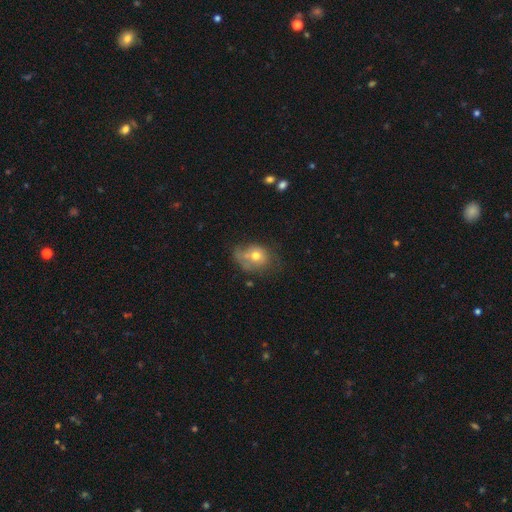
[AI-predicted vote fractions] Smooth or featured? smooth (64%)
How rounded? in between (50%)
Merging? none (37%)